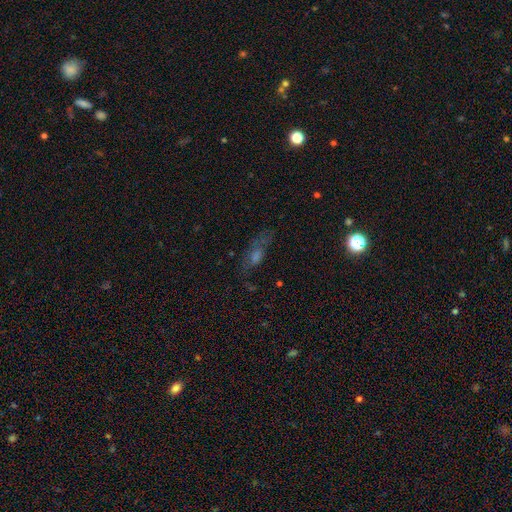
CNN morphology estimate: Smooth or featured?
  - smooth: 38% *
  - featured or disk: 35%
  - star or artifact: 27%
Merging?
  - none: 60% *
  - minor disturbance: 21%
  - major disturbance: 16%
  - merger: 3%